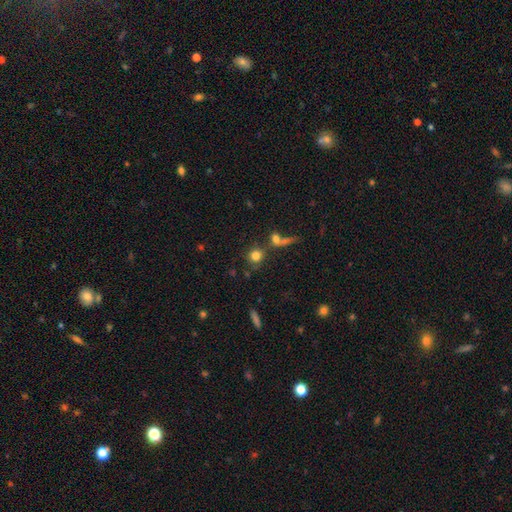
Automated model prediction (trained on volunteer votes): Q: Smooth or featured?
A: smooth (79%); runner-up: star or artifact (12%)
Q: How rounded?
A: round (86%); runner-up: in between (12%)
Q: Merging?
A: none (65%); runner-up: merger (20%)